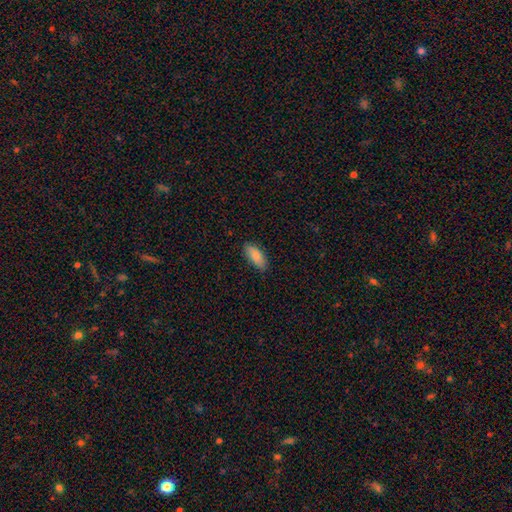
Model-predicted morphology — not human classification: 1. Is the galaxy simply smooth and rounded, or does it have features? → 86% smooth, 8% featured or disk, 6% star or artifact.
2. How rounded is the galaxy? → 82% in between, 16% cigar-shaped, 2% round.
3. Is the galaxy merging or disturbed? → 85% none, 12% minor disturbance, 2% major disturbance, 1% merger.